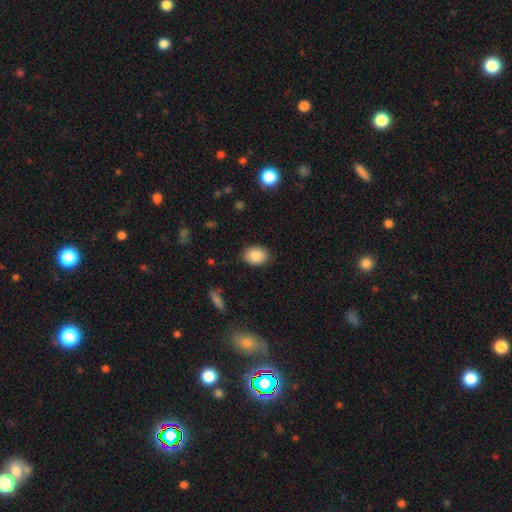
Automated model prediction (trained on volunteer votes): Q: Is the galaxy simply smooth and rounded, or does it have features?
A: smooth — 87%.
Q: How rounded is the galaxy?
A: in between — 67%.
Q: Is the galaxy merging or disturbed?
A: none — 86%.